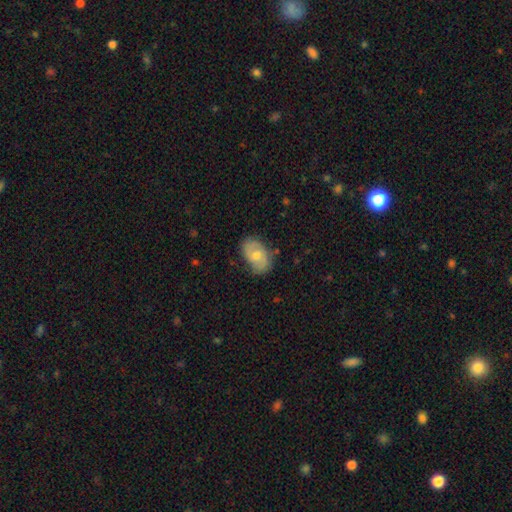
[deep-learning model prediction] Smooth or featured? Predicted: featured or disk (p=0.46, tied with smooth). Merging? Predicted: none (p=0.75).